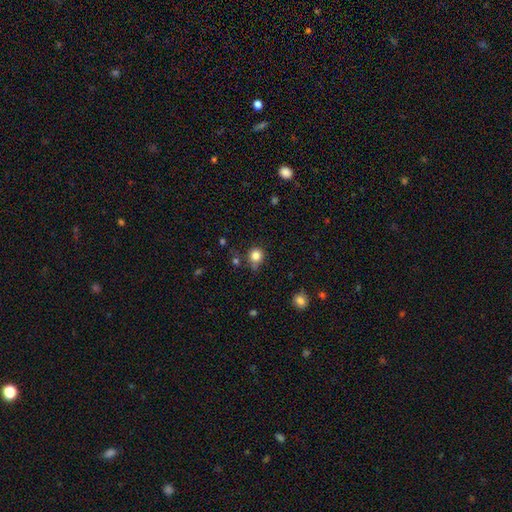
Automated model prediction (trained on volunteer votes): Q: Smooth or featured?
A: smooth (83%); runner-up: star or artifact (12%)
Q: How rounded?
A: round (89%); runner-up: in between (10%)
Q: Merging?
A: none (72%); runner-up: minor disturbance (17%)